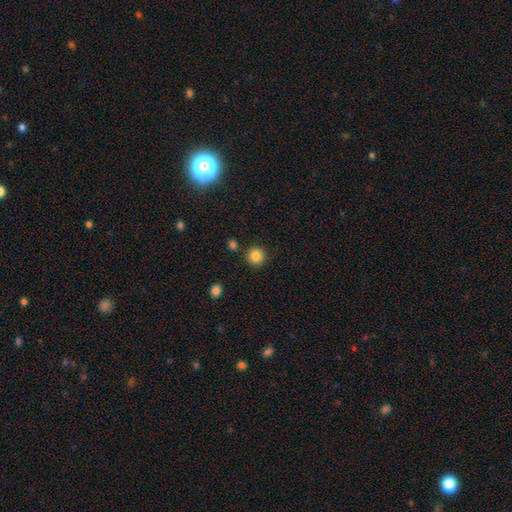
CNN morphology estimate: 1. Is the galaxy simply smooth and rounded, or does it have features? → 86% smooth, 10% star or artifact, 4% featured or disk.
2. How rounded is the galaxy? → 93% round, 6% in between, 1% cigar-shaped.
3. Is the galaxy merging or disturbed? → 87% none, 7% minor disturbance, 4% merger, 2% major disturbance.